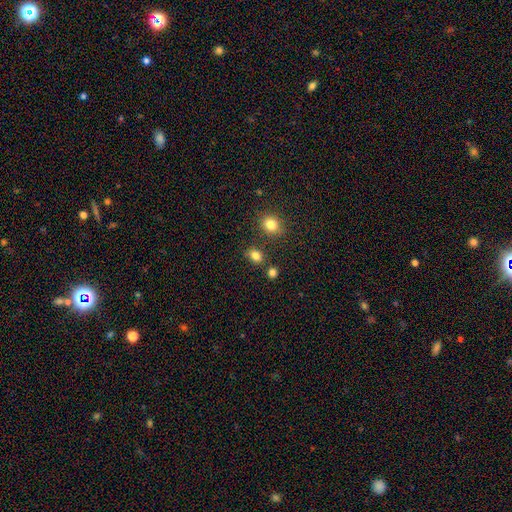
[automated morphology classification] smooth_or_featured: smooth (p=0.82) [alt: star or artifact p=0.12]
how_rounded: in between (p=0.57) [alt: round p=0.41]
merging: none (p=0.74) [alt: minor disturbance p=0.13]